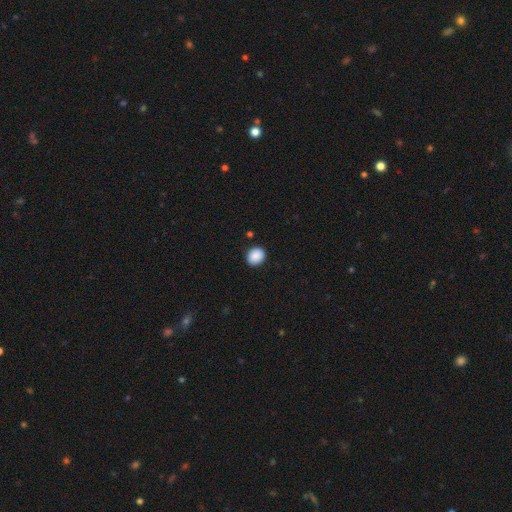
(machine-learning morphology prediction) Smooth or featured: smooth — 89% (star or artifact — 8%)
How rounded: round — 64% (in between — 35%)
Merging: none — 89% (minor disturbance — 8%)